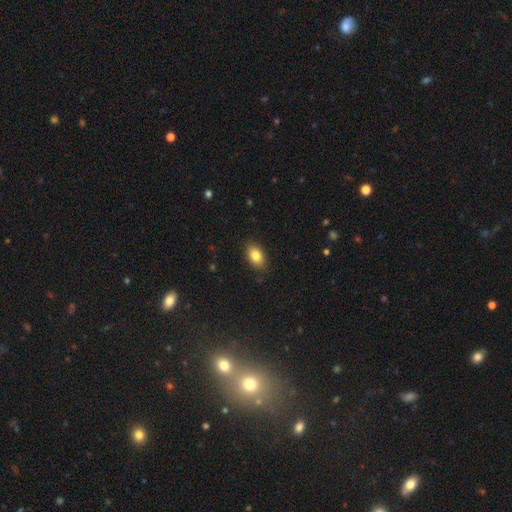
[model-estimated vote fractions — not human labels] smooth-or-featured: smooth: 83% | featured or disk: 9% | star or artifact: 8%
  how-rounded: in between: 88% | round: 10% | cigar-shaped: 2%
  merging: none: 87% | minor disturbance: 10% | major disturbance: 2% | merger: 1%